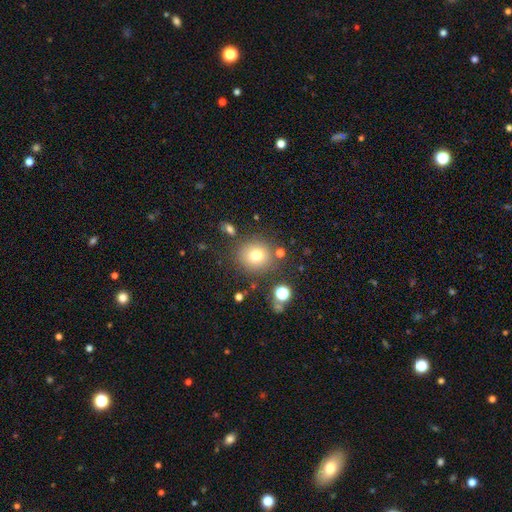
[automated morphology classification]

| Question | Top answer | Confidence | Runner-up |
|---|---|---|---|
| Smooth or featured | smooth | 73% | star or artifact (15%) |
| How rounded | round | 83% | in between (16%) |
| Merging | none | 77% | minor disturbance (11%) |